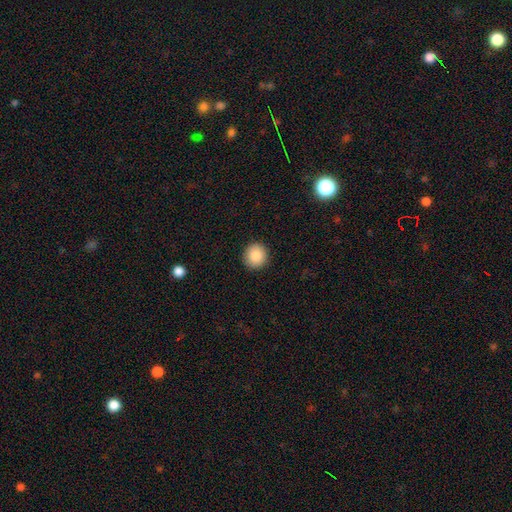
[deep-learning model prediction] Smooth or featured? smooth (86%)
How rounded? round (93%)
Merging? none (92%)